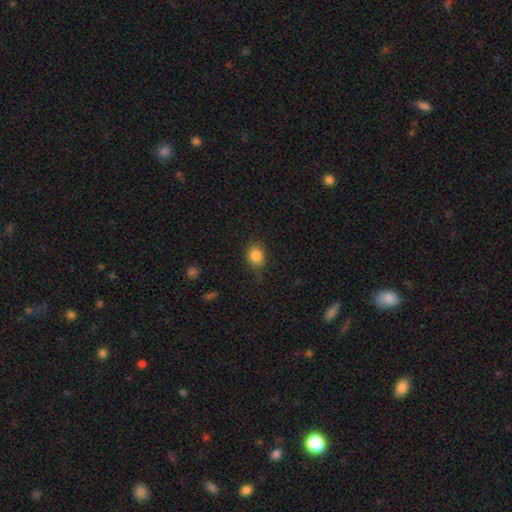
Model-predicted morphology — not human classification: This appears to be a smooth galaxy with no disk features (84%) that is round (58%). Merging: none (71%).